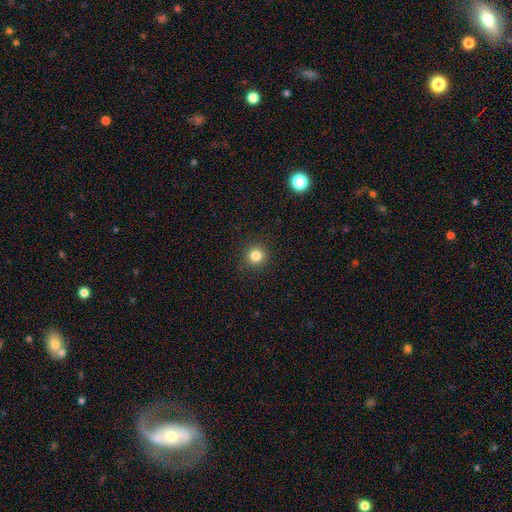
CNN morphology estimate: smooth_or_featured: smooth (p=0.83) [alt: star or artifact p=0.13]
how_rounded: round (p=0.94) [alt: in between p=0.05]
merging: none (p=0.92) [alt: minor disturbance p=0.05]